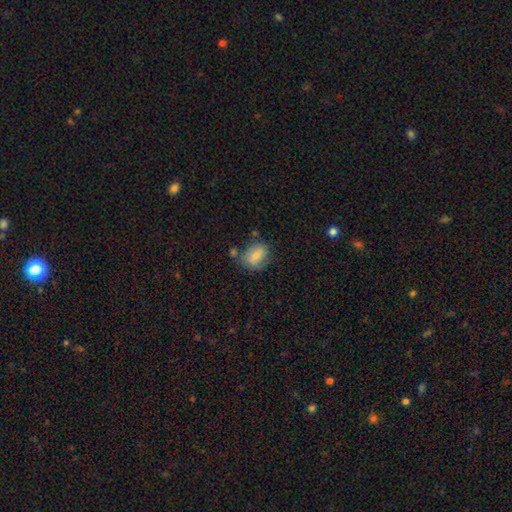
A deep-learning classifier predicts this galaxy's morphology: smooth_or_featured: smooth (p=0.72) [alt: featured or disk p=0.20]
how_rounded: in between (p=0.65) [alt: round p=0.33]
merging: none (p=0.65) [alt: minor disturbance p=0.21]